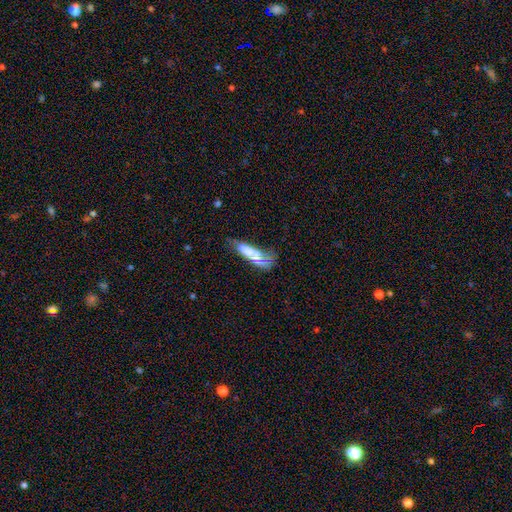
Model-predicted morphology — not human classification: Smooth or featured: smooth — 55% (featured or disk — 37%)
How rounded: cigar-shaped — 70% (in between — 27%)
Merging: major disturbance — 30% (none — 27%)